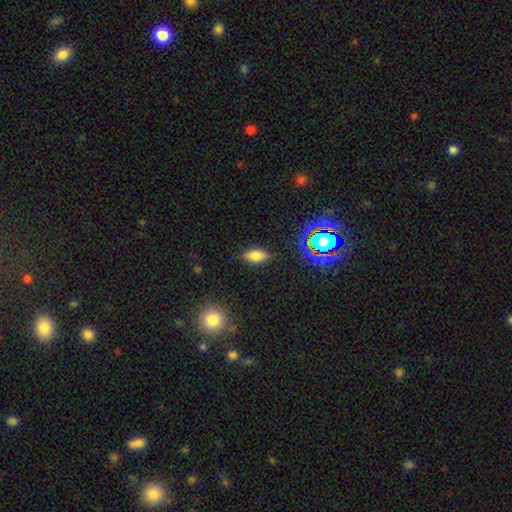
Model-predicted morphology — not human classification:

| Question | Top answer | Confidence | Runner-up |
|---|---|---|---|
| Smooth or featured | smooth | 77% | star or artifact (15%) |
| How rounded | in between | 90% | round (6%) |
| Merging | none | 85% | minor disturbance (11%) |